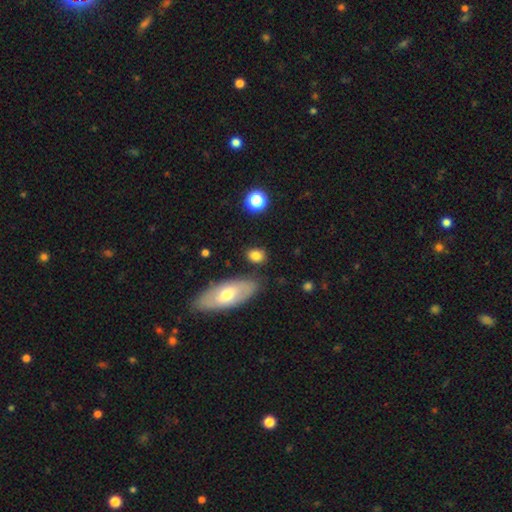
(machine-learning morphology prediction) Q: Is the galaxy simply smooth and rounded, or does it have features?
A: smooth — 82%.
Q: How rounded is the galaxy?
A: in between — 62%.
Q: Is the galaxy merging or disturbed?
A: none — 77%.